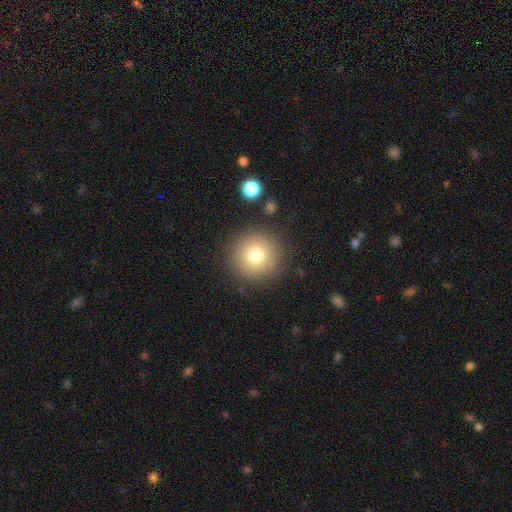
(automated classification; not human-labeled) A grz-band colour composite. It shows a smooth galaxy with no disk features (74%) that is round (96%). Merging: none (90%).